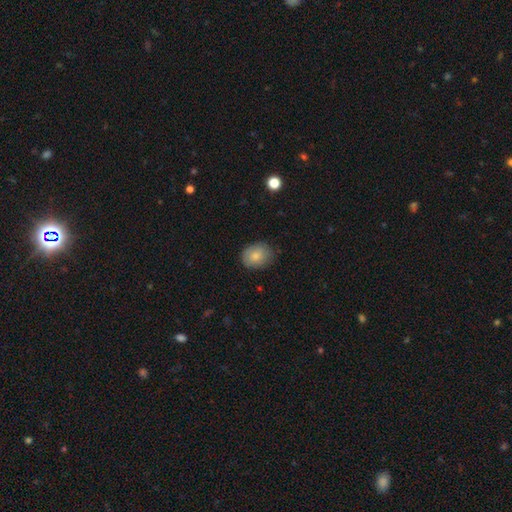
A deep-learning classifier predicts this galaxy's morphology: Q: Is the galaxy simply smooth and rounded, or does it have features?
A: smooth — 82%.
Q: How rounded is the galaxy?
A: in between — 57%.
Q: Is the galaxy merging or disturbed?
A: none — 78%.